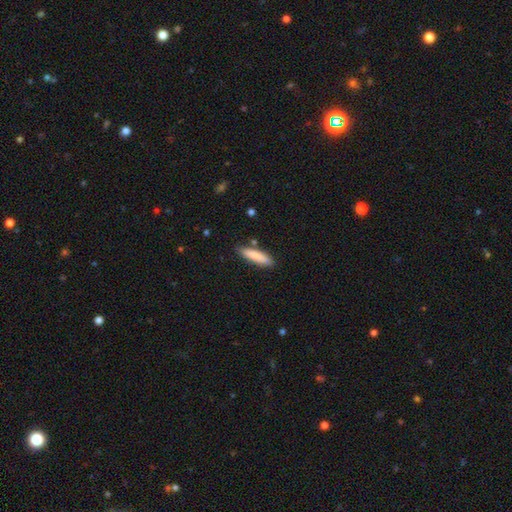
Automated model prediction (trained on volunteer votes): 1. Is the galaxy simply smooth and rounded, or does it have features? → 83% smooth, 11% featured or disk, 6% star or artifact.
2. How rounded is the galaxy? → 75% cigar-shaped, 23% in between, 1% round.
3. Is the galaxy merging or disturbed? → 81% none, 13% minor disturbance, 3% merger, 2% major disturbance.